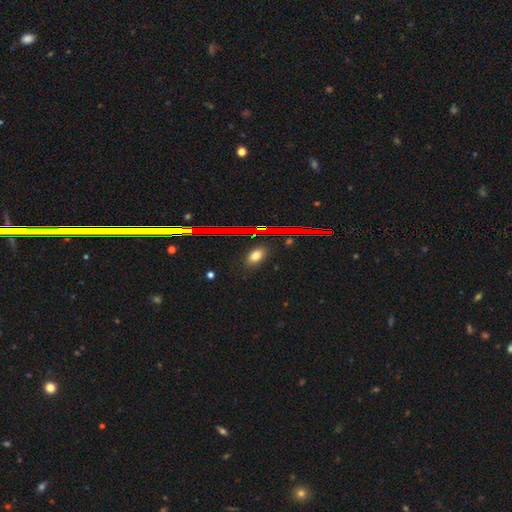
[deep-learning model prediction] This is likely a smooth galaxy (74%). How rounded: clearly in between (81%). Merging: clearly none (87%).